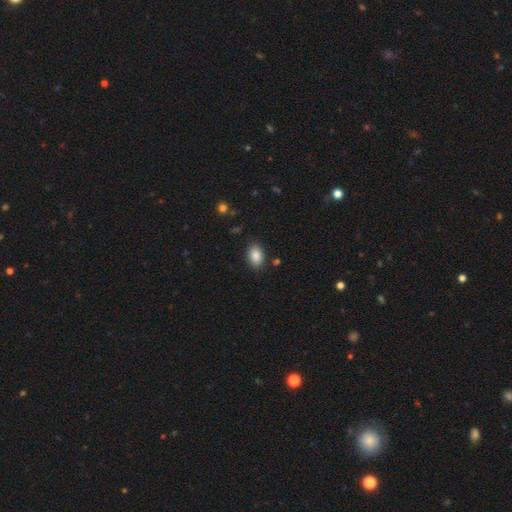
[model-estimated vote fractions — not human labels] Q: Smooth or featured?
A: smooth (87%); runner-up: star or artifact (8%)
Q: How rounded?
A: in between (84%); runner-up: round (15%)
Q: Merging?
A: none (86%); runner-up: minor disturbance (10%)